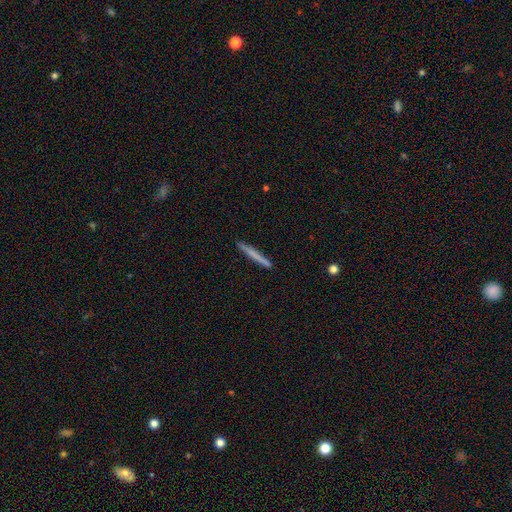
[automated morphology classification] Smooth or featured? Predicted: smooth (p=0.63). How rounded? Predicted: cigar-shaped (p=0.97). Merging? Predicted: none (p=0.91).